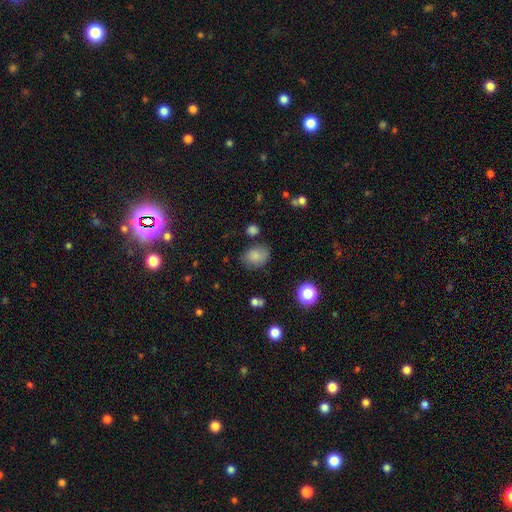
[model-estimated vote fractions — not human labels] Smooth or featured?
  - smooth: 80% *
  - star or artifact: 11%
  - featured or disk: 9%
How rounded?
  - in between: 70% *
  - round: 29%
  - cigar-shaped: 1%
Merging?
  - none: 69% *
  - minor disturbance: 21%
  - major disturbance: 6%
  - merger: 4%